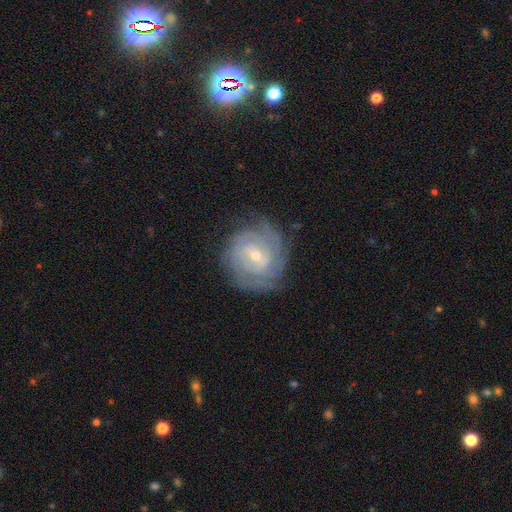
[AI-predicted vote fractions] Morphology: type=featured or disk (81%); edge-on=no (97%); bar=weak (54%); spiral arms=yes (92%); winding=tight (71%); arm count=can't tell (45%); bulge=small (60%); merging=none (76%).